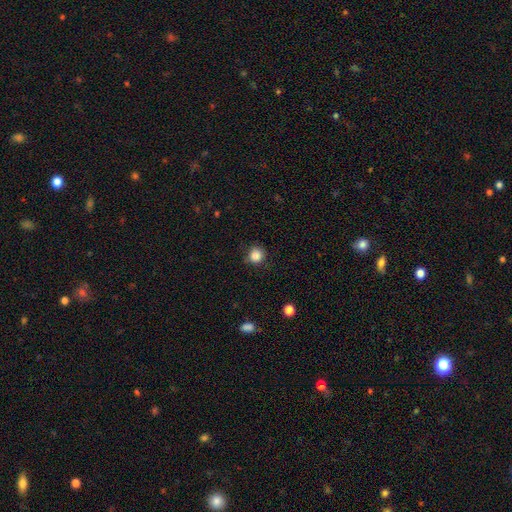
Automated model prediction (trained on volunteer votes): smooth 86%, star or artifact 10%, featured or disk 4%. Down the decision tree: how rounded — round (89%); merging — none (82%).